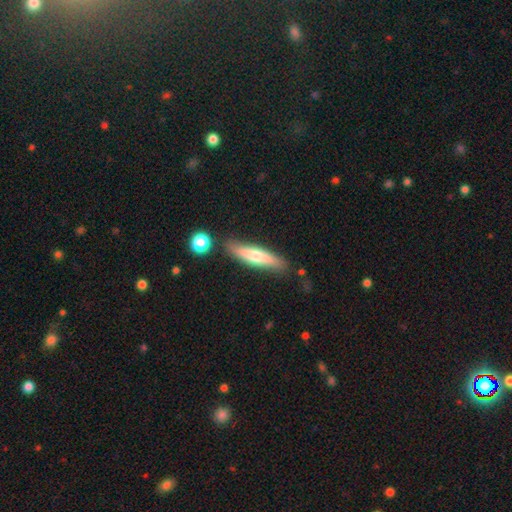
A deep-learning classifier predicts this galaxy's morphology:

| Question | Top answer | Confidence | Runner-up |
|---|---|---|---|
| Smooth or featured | smooth | 55% | featured or disk (38%) |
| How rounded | cigar-shaped | 80% | in between (18%) |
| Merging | none | 80% | minor disturbance (13%) |